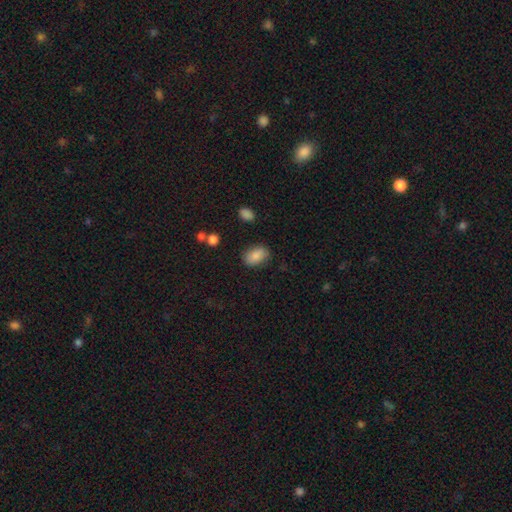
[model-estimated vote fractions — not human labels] Smooth or featured? Predicted: smooth (p=0.86). How rounded? Predicted: in between (p=0.89). Merging? Predicted: none (p=0.82).